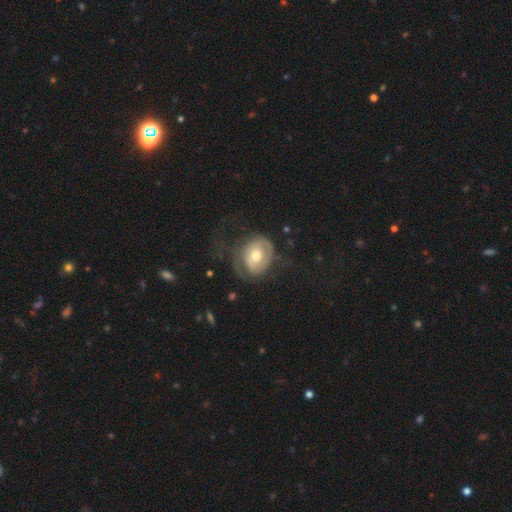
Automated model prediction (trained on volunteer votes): This appears to be a featured or disk galaxy (49%). Merging: major disturbance (39%).